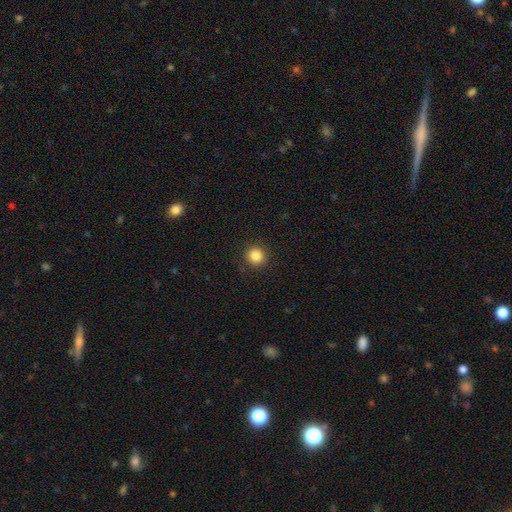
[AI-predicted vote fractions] A smooth galaxy with no disk features (85%) that is round (93%). Merging: none (91%).